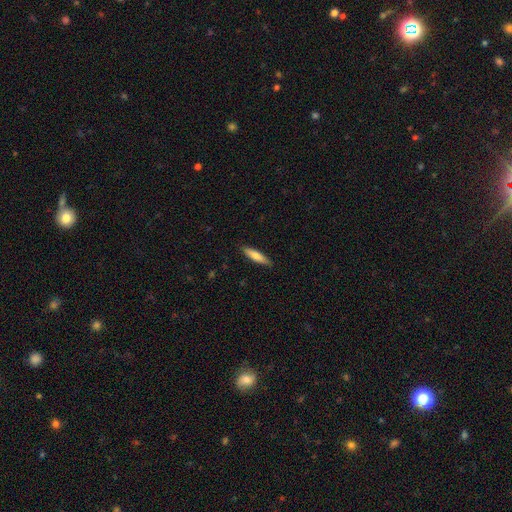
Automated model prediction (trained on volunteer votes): Smooth or featured? smooth (73%)
How rounded? cigar-shaped (78%)
Merging? none (88%)